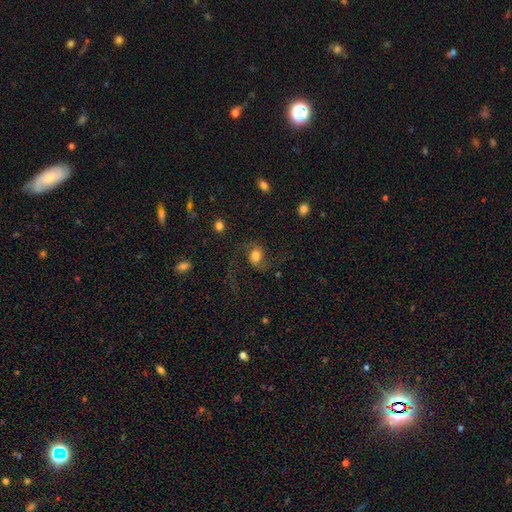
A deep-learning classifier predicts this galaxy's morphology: This is likely a featured or disk galaxy (71%). It is clearly not viewed edge-on (97%). Bar: possibly no (58%). Spiral arm pattern: clearly yes (94%). Spiral arm count: clearly 2 (91%). Spiral winding: likely loose (64%). Central bulge: possibly moderate (53%). Merging: likely none (61%).